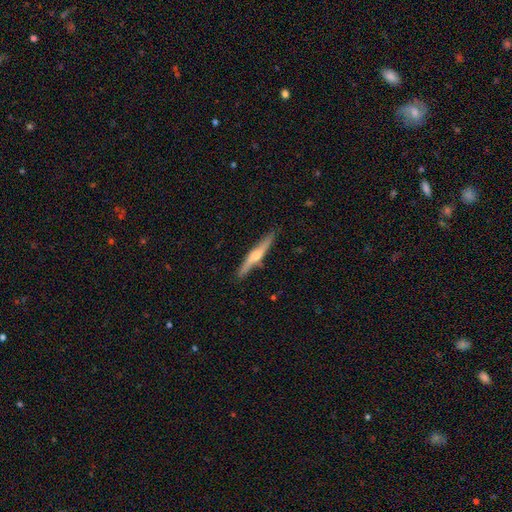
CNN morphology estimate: Smooth or featured? Predicted: featured or disk (p=0.62). Edge-on disk? Predicted: yes (p=0.95). Edge-on bulge? Predicted: rounded (p=0.86). Merging? Predicted: none (p=0.85).